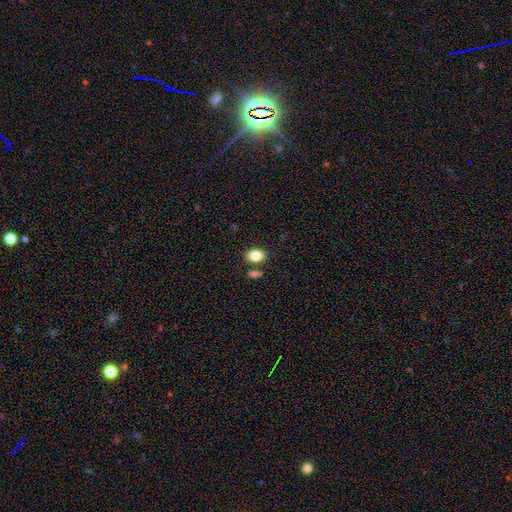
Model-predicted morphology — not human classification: A smooth galaxy with no disk features (85%) that is in between round and cigar-shaped (85%). Merging: none (76%).